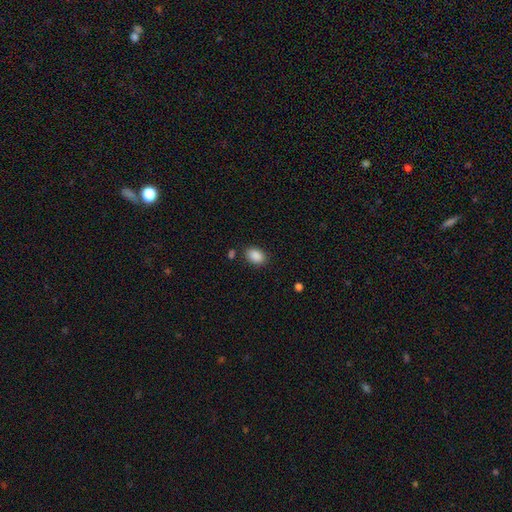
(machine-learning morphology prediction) This appears to be a smooth galaxy with no disk features (89%) that is in between round and cigar-shaped (82%). Merging: none (83%).